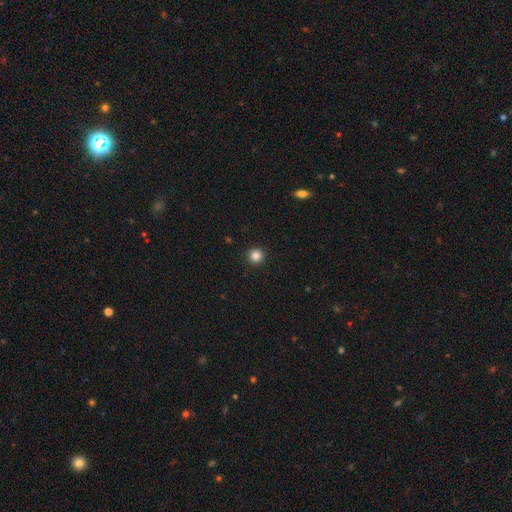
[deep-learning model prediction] Overall: smooth (84%). How rounded: round (96%). Merging: none (94%).